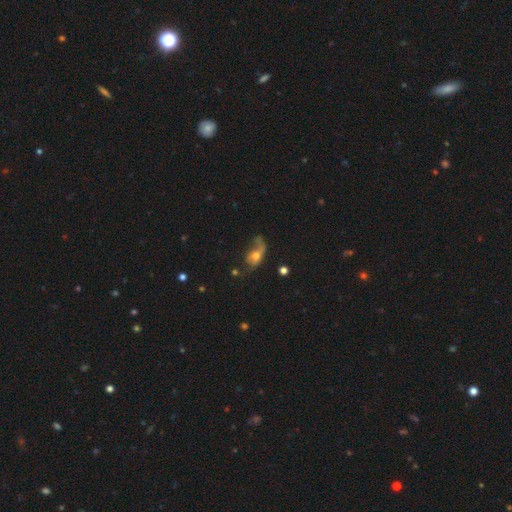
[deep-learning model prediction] Smooth or featured?
  - smooth: 45% * (tied)
  - featured or disk: 45% * (tied)
  - star or artifact: 10%
Merging?
  - major disturbance: 45% *
  - none: 24%
  - minor disturbance: 24%
  - merger: 7%